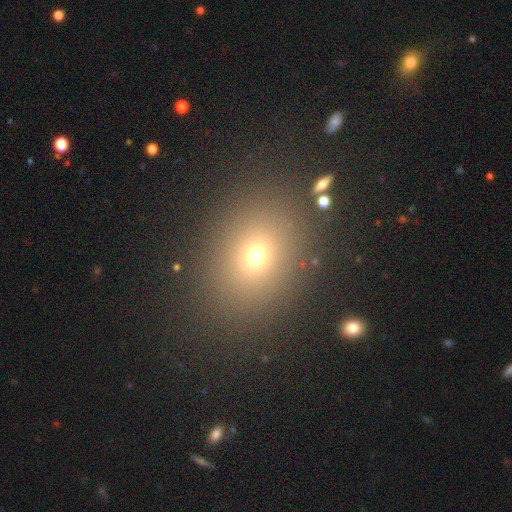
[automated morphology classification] Smooth or featured: smooth — 67% (star or artifact — 23%)
How rounded: round — 56% (in between — 43%)
Merging: none — 87% (minor disturbance — 7%)